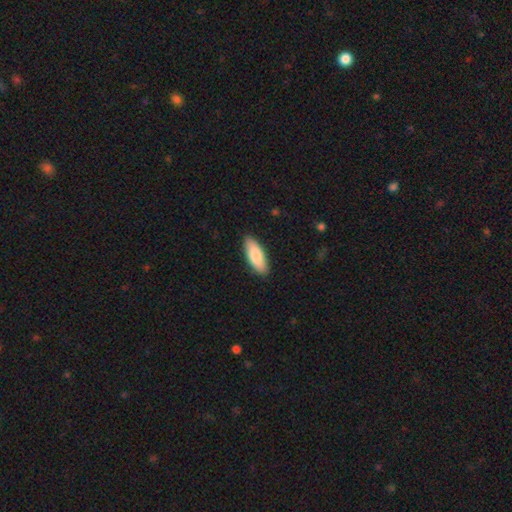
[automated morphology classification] Overall: smooth (84%). How rounded: in between (74%). Merging: none (88%).